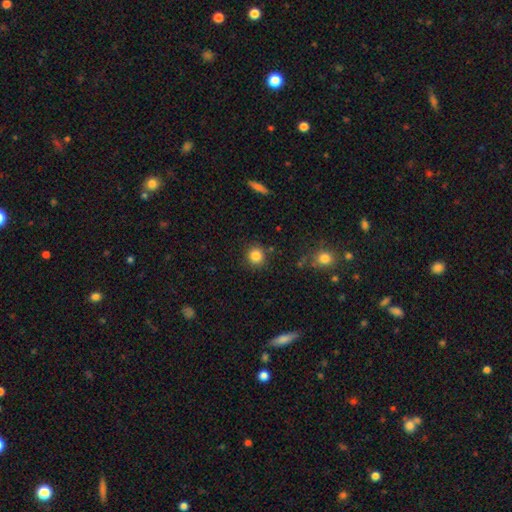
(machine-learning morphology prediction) Smooth or featured?
  - smooth: 84% *
  - star or artifact: 11%
  - featured or disk: 5%
How rounded?
  - round: 91% *
  - in between: 8%
  - cigar-shaped: 1%
Merging?
  - none: 87% *
  - minor disturbance: 8%
  - merger: 3%
  - major disturbance: 3%